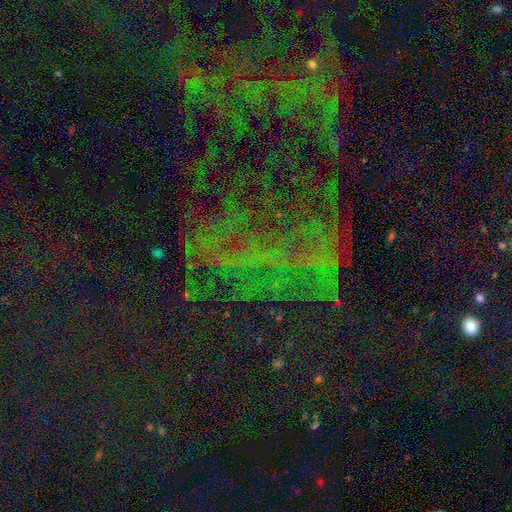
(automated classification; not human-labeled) Morphology: type=star or artifact (77%).